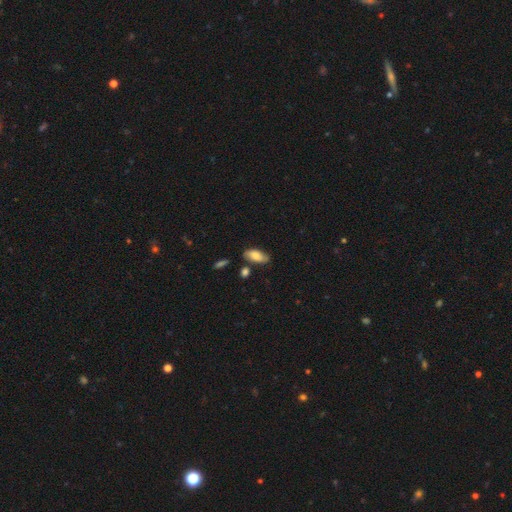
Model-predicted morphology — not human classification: Overall: smooth (70%). How rounded: in between (89%). Merging: none (71%).